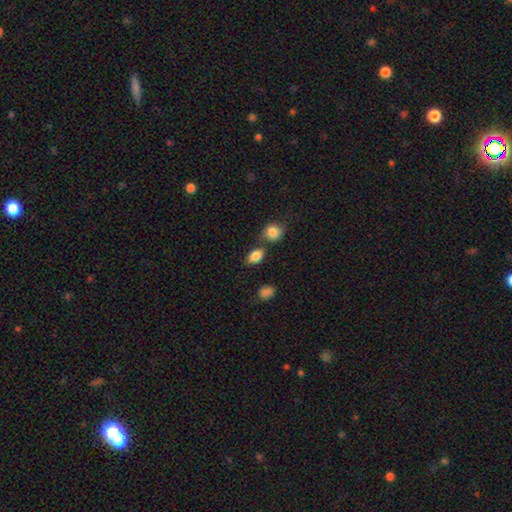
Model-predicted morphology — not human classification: Smooth or featured: smooth — 84% (star or artifact — 9%)
How rounded: in between — 81% (round — 17%)
Merging: none — 61% (merger — 21%)